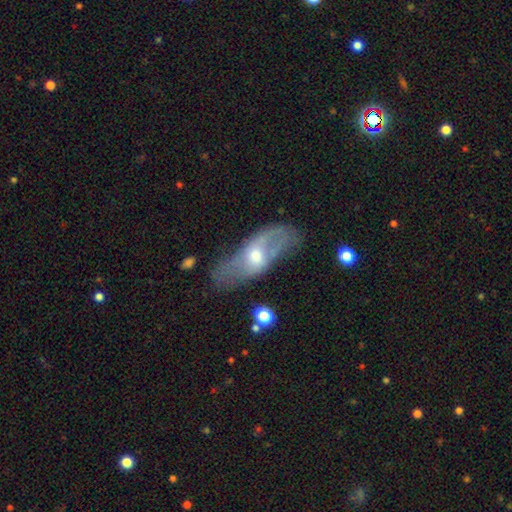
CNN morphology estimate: The model was most divided on "smooth or featured": featured or disk: 58%, smooth: 35%, star or artifact: 7%. More confident: edge-on disk — no (78%); merging — none (52%).